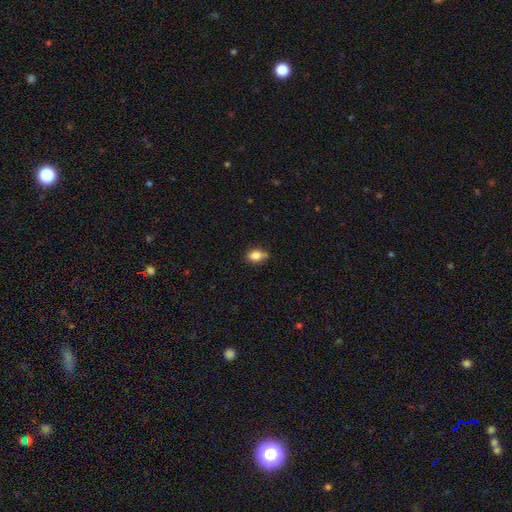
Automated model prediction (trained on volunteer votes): Overall: smooth (83%). How rounded: in between (65%; round 33%). Merging: none (65%).